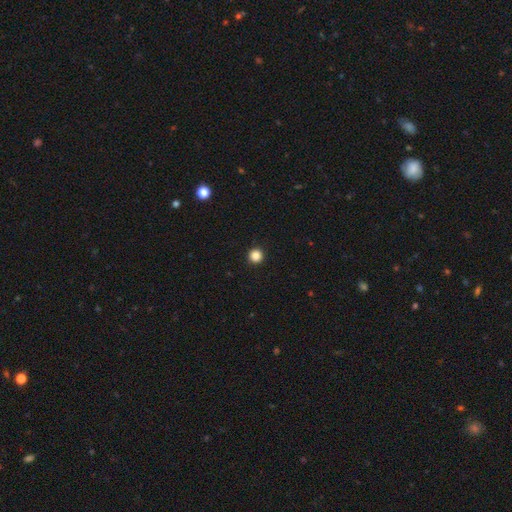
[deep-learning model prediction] A smooth galaxy with no disk features (85%) that is round (96%).

Vote fractions:
- Smooth or featured? smooth: 85% / star or artifact: 12% / featured or disk: 3%
- How rounded? round: 96% / in between: 3% / cigar-shaped: 1%
- Merging? none: 94% / minor disturbance: 3% / major disturbance: 1% / merger: 1%